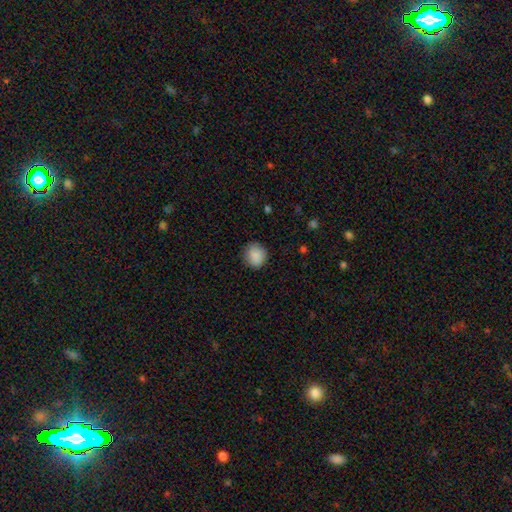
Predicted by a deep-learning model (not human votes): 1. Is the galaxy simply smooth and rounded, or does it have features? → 89% smooth, 8% star or artifact, 4% featured or disk.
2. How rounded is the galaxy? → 83% round, 16% in between, 1% cigar-shaped.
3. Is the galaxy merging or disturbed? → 87% none, 9% minor disturbance, 2% major disturbance, 1% merger.